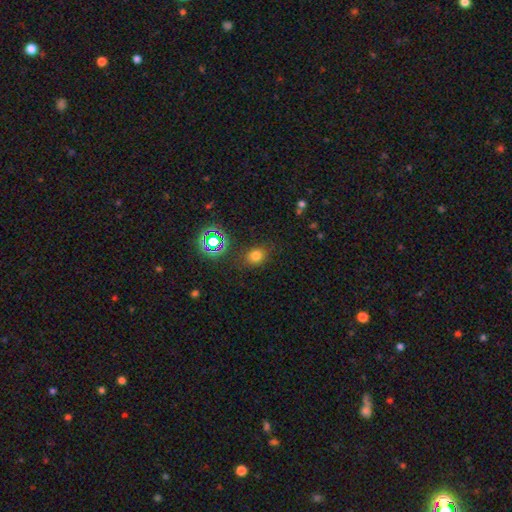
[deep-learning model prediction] Overall: smooth (71%). How rounded: round (57%; in between 42%). Merging: none (81%).